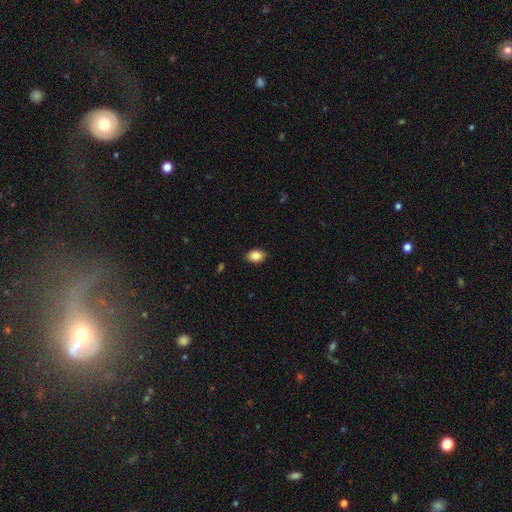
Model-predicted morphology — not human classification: Smooth or featured: smooth — 87% (star or artifact — 8%)
How rounded: in between — 81% (round — 17%)
Merging: none — 88% (minor disturbance — 9%)